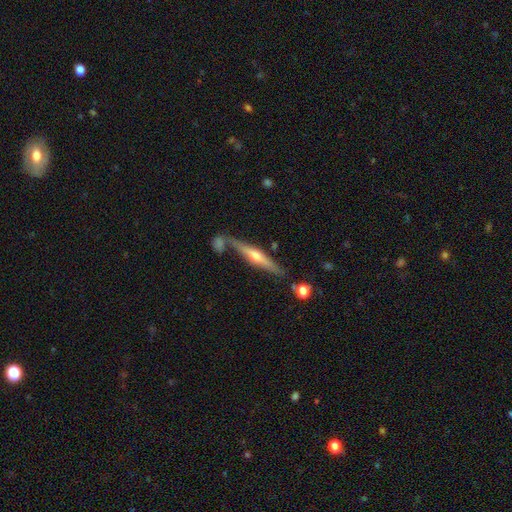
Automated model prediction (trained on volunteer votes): The model was most divided on "smooth or featured": featured or disk: 74%, smooth: 20%, star or artifact: 6%. More confident: edge-on disk — yes (96%); edge-on bulge — rounded (86%); merging — none (73%).